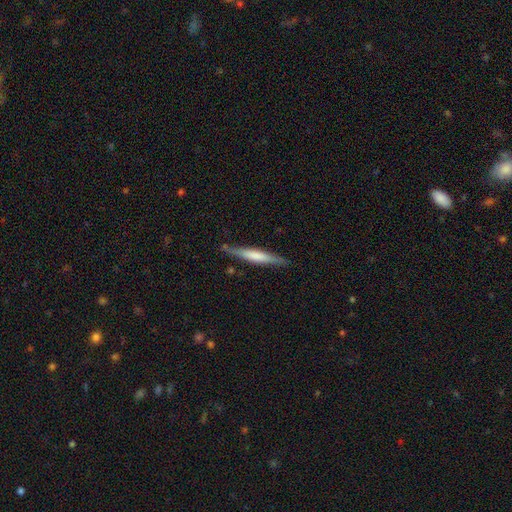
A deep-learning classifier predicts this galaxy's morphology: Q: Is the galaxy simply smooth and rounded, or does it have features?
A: smooth — 48%.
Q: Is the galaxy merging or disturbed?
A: none — 83%.